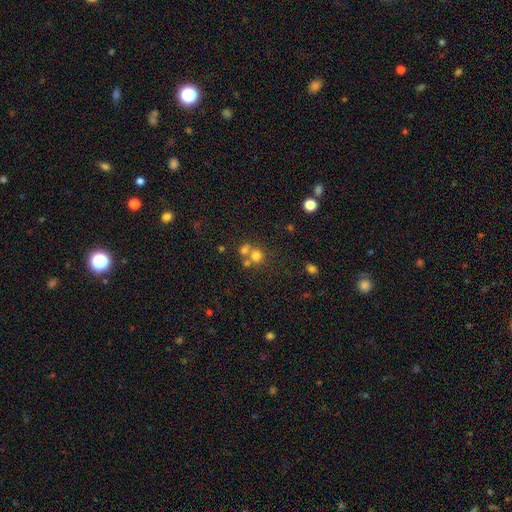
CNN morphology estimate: Overall: smooth (70%). How rounded: round (86%). Merging: none (47%; merger 42%).